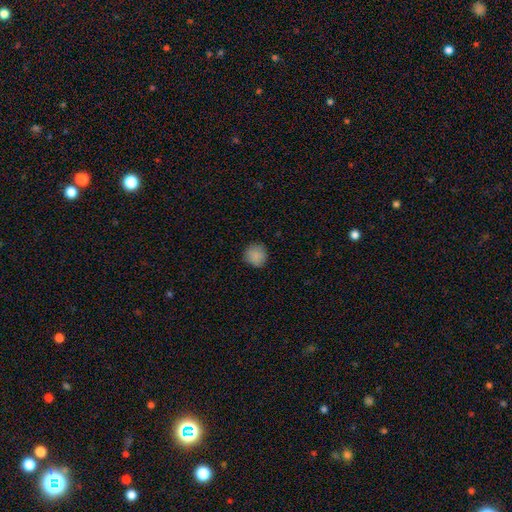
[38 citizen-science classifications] Smooth or featured?
  - smooth: 89% *
  - star or artifact: 8%
  - featured or disk: 3%
How rounded?
  - round: 82% *
  - in between: 18%
  - cigar-shaped: 0%
Merging?
  - none: 89% *
  - minor disturbance: 9%
  - major disturbance: 3%
  - merger: 0%